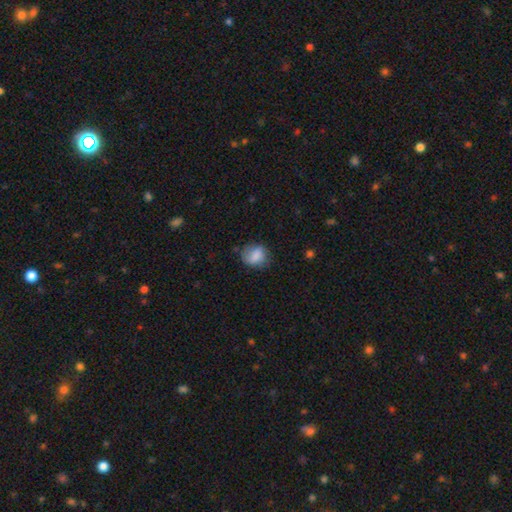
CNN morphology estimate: This appears to be a smooth galaxy with no disk features (79%) that is round (56%). Merging: none (63%).